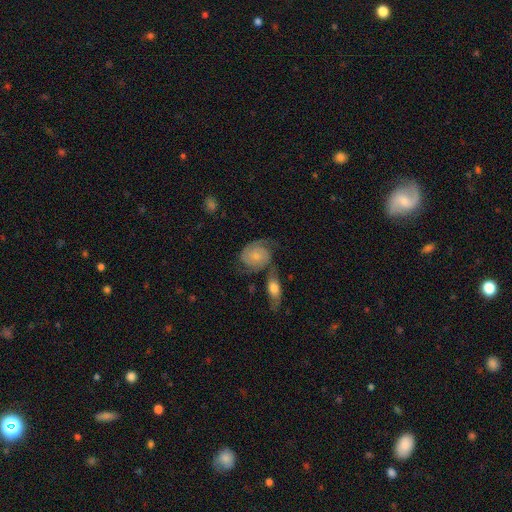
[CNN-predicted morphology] Overall: featured or disk (66%; smooth 27%). Edge-on disk: no (96%). Bar: no (77%). Spiral arms: yes (91%). Spiral arm count: 2 (75%). Spiral winding: tight (45%; medium 38%). Bulge size: small (63%; moderate 27%). Merging: none (49%; merger 20%).